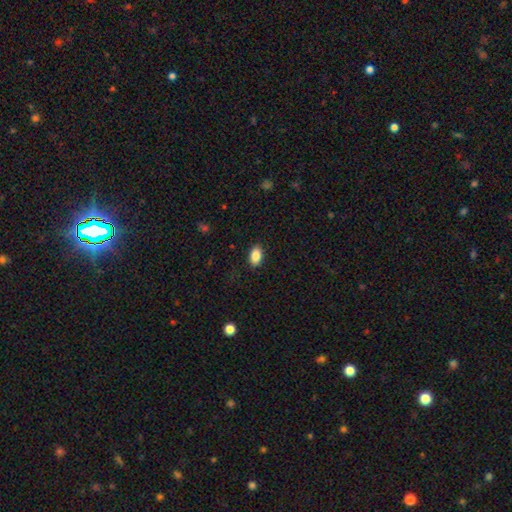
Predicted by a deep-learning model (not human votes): Smooth or featured? Predicted: smooth (p=0.87). How rounded? Predicted: in between (p=0.91). Merging? Predicted: none (p=0.88).